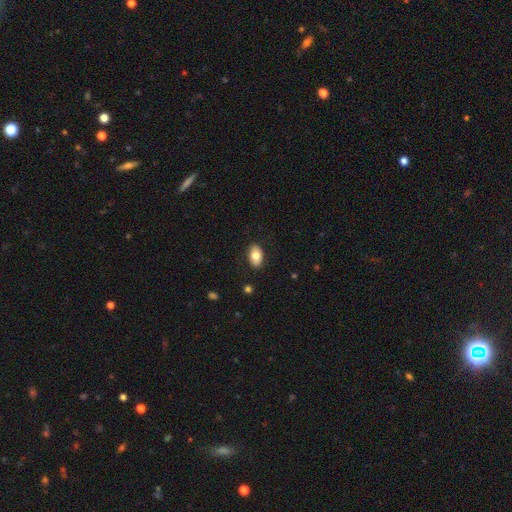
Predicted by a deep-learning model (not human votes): Smooth or featured? smooth (80%)
How rounded? in between (90%)
Merging? none (88%)